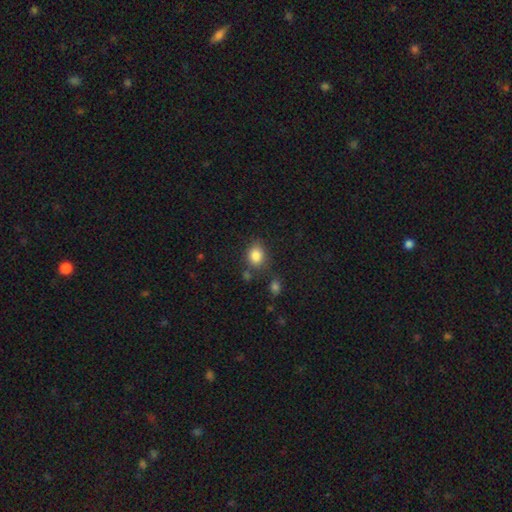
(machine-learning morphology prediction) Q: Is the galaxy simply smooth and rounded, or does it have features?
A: smooth — 85%.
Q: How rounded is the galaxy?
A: round — 50%.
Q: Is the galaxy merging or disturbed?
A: none — 70%.